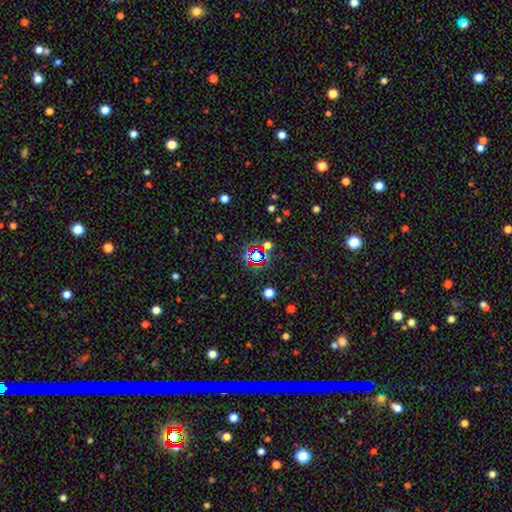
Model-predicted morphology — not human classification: A star or artifact, not a galaxy (64%).

Vote fractions:
- Smooth or featured? star or artifact: 64% / smooth: 26% / featured or disk: 10%